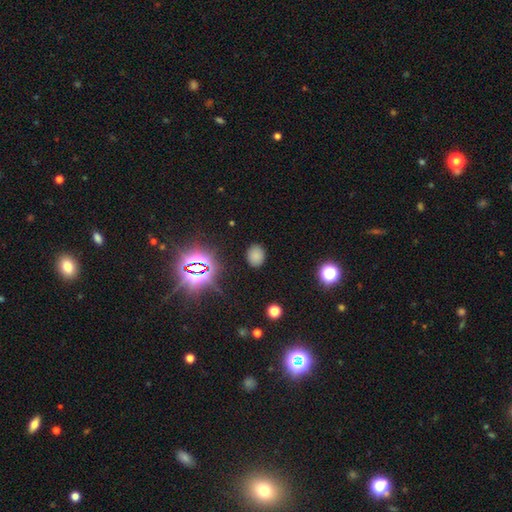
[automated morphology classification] The model was most divided on "how rounded": in between: 59%, round: 40%, cigar-shaped: 1%. More confident: merging — none (85%); smooth or featured — smooth (72%).